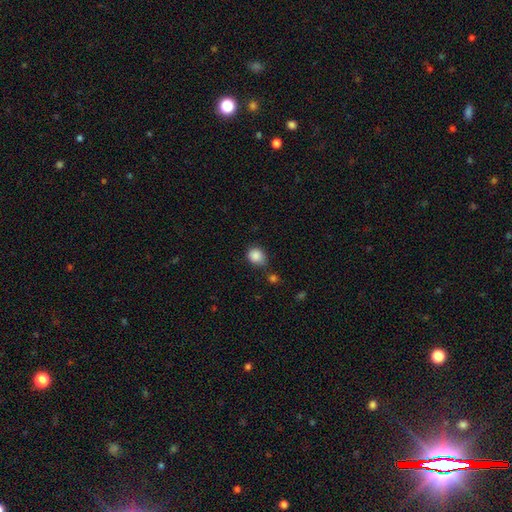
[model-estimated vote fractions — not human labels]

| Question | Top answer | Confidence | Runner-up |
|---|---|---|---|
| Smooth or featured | smooth | 87% | star or artifact (9%) |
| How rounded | round | 58% | in between (41%) |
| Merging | none | 62% | minor disturbance (26%) |